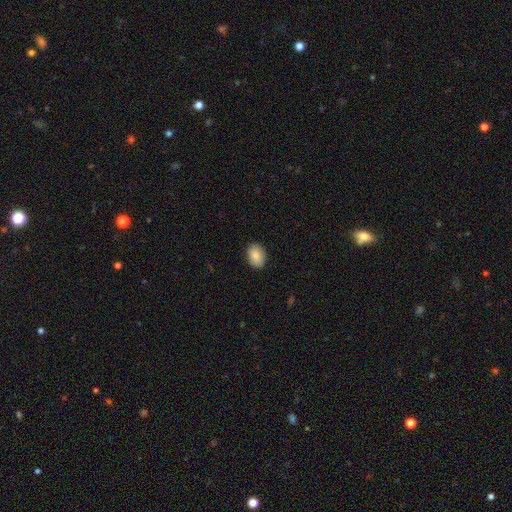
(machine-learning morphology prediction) Smooth or featured? Predicted: smooth (p=0.87). How rounded? Predicted: in between (p=0.77). Merging? Predicted: none (p=0.88).